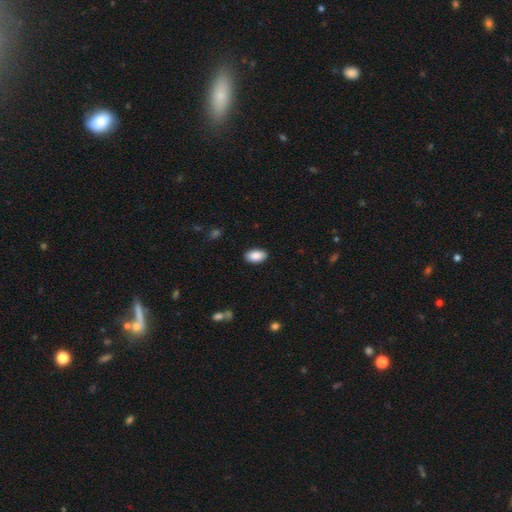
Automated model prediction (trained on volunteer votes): A smooth galaxy with no disk features (89%) that is in between round and cigar-shaped (94%). Merging: none (89%).